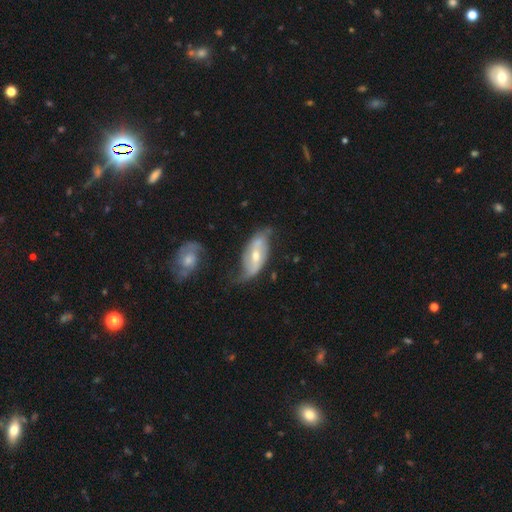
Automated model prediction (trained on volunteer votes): Morphology: type=featured or disk (74%); edge-on=no (91%); bar=weak (39%); spiral arms=yes (86%); winding=loose (56%); arm count=2 (83%); bulge=moderate (57%); merging=none (50%).